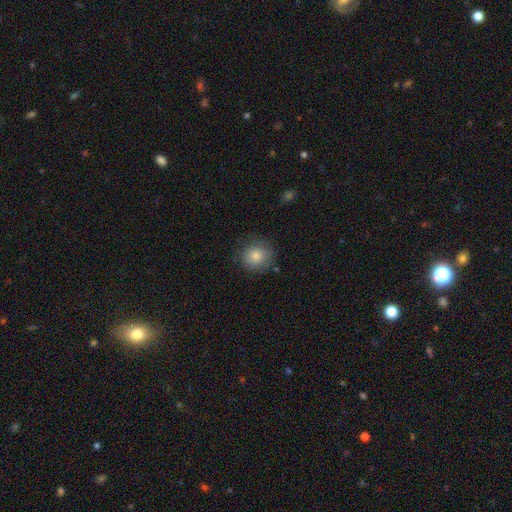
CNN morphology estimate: A smooth galaxy with no disk features (79%) that is round (87%).

Vote fractions:
- Smooth or featured? smooth: 79% / star or artifact: 11% / featured or disk: 9%
- How rounded? round: 87% / in between: 12% / cigar-shaped: 1%
- Merging? none: 83% / minor disturbance: 12% / major disturbance: 3% / merger: 1%